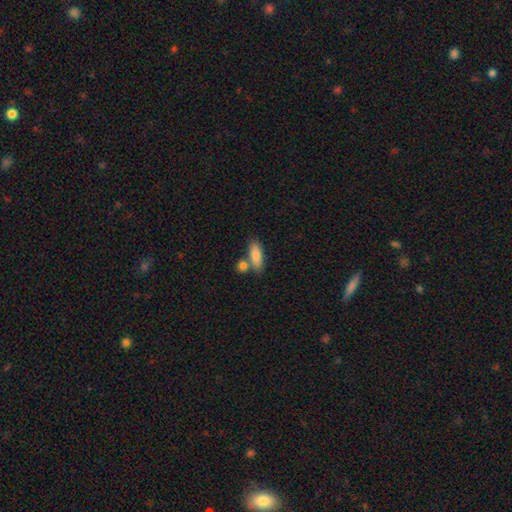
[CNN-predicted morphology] Smooth or featured? Predicted: smooth (p=0.84). How rounded? Predicted: in between (p=0.71). Merging? Predicted: none (p=0.59).